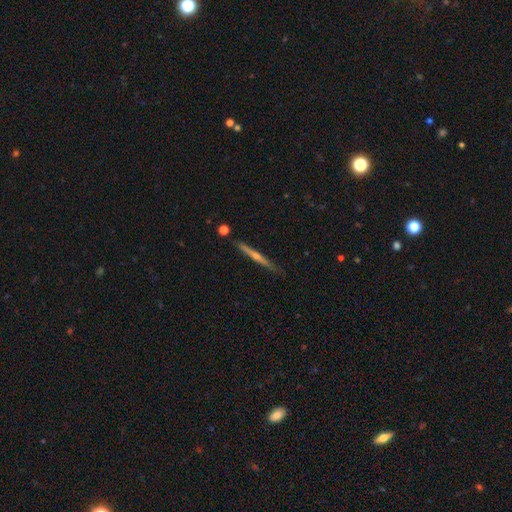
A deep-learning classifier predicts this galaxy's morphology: A featured or disk galaxy (67%) viewed edge-on (97%) with a rounded central bulge (59%).

Vote fractions:
- Smooth or featured? featured or disk: 67% / smooth: 27% / star or artifact: 6%
- Edge-on disk? yes: 97% / no: 3%
- Edge-on bulge? rounded: 59% / none: 35% / boxy: 5%
- Merging? none: 85% / minor disturbance: 11% / merger: 2% / major disturbance: 2%